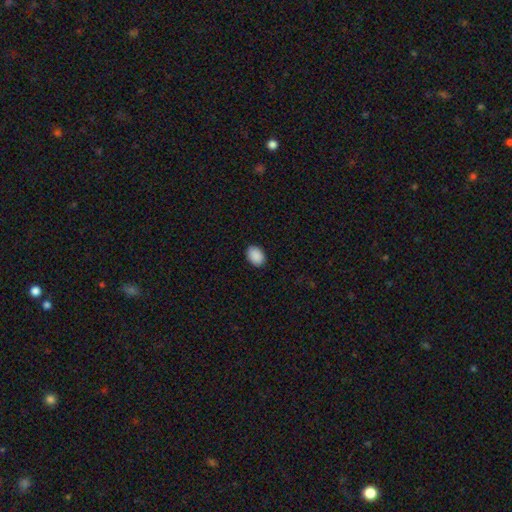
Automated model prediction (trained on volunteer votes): The model was most divided on "how rounded": in between: 75%, round: 24%, cigar-shaped: 1%. More confident: smooth or featured — smooth (90%); merging — none (90%).